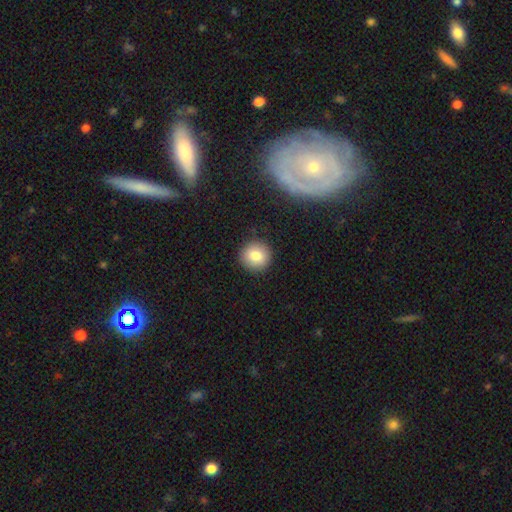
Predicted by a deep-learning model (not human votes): Q: Smooth or featured?
A: smooth (81%); runner-up: featured or disk (10%)
Q: How rounded?
A: round (94%); runner-up: in between (5%)
Q: Merging?
A: none (91%); runner-up: minor disturbance (6%)